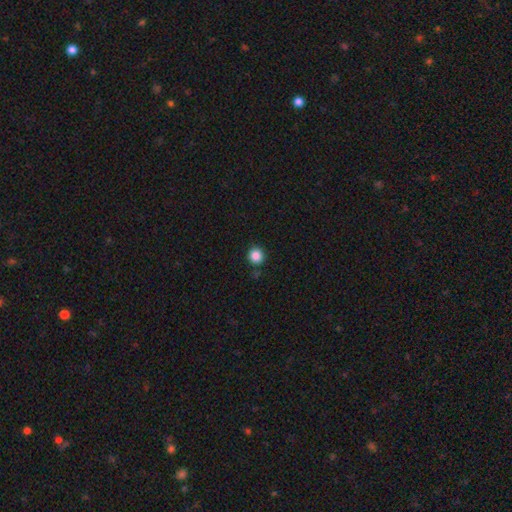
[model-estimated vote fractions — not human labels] smooth 86%, star or artifact 11%, featured or disk 3%. Down the decision tree: how rounded — round (94%); merging — none (88%).